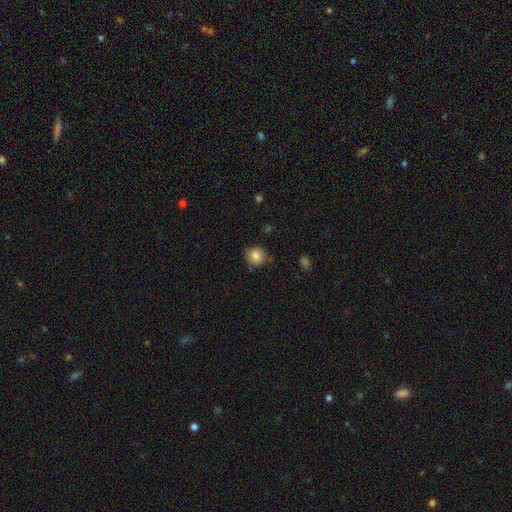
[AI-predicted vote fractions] This is clearly a smooth galaxy (81%). How rounded: clearly round (87%). Merging: clearly none (82%).